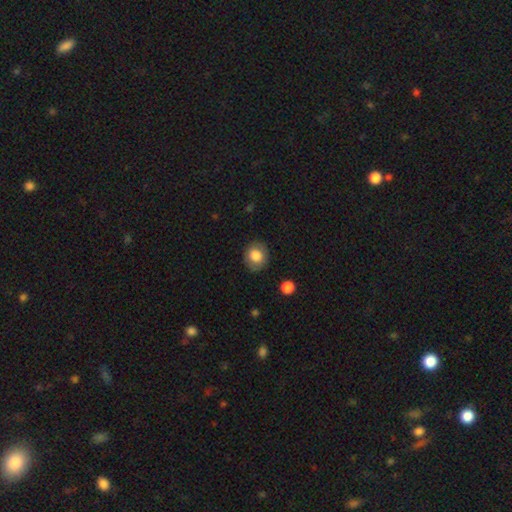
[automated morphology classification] Smooth or featured: smooth — 81% (featured or disk — 12%)
How rounded: round — 72% (in between — 27%)
Merging: none — 84% (minor disturbance — 12%)